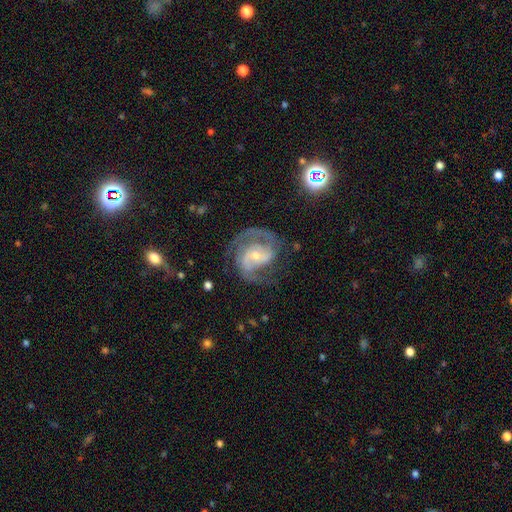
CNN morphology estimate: A featured or disk galaxy (90%) with no bar (48%), 2 (74%) medium (52%) spiral arms (97%) and a small central bulge (56%). Merging: none (68%).